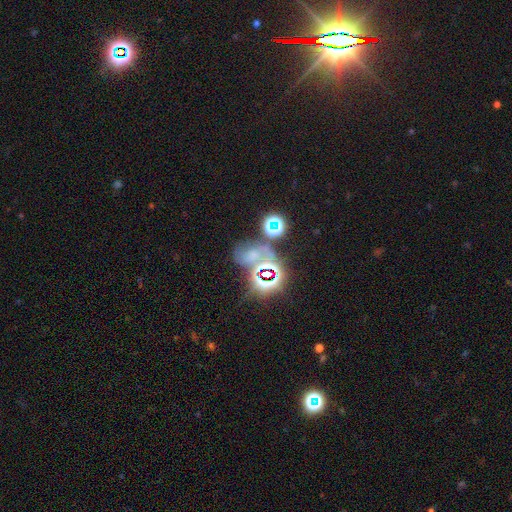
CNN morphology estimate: type=star or artifact (60%).